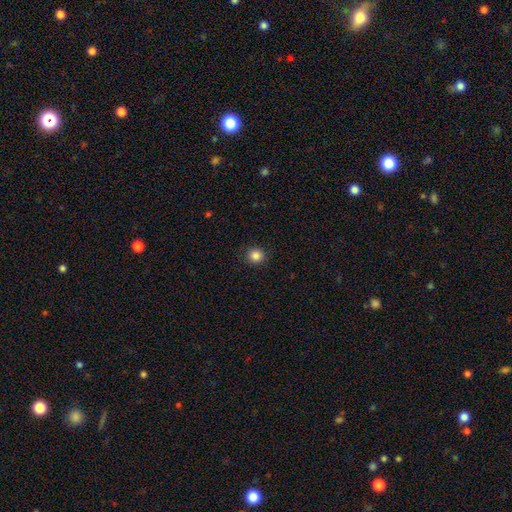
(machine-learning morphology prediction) smooth 85%, star or artifact 11%, featured or disk 4%. Down the decision tree: how rounded — round (89%); merging — none (91%).